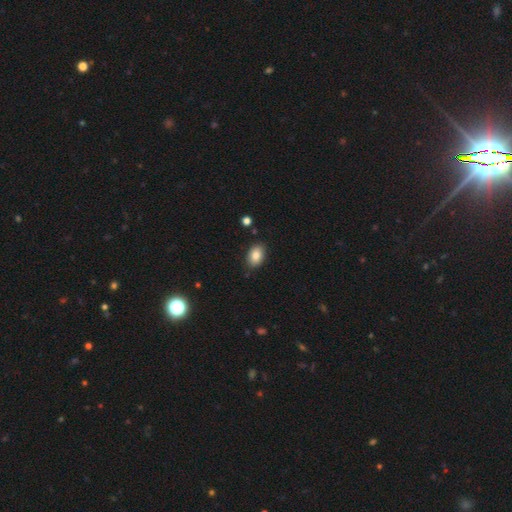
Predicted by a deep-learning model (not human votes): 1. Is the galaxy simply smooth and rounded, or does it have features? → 85% smooth, 8% star or artifact, 7% featured or disk.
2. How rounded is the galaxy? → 86% in between, 12% round, 1% cigar-shaped.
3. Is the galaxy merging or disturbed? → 86% none, 10% minor disturbance, 2% major disturbance, 2% merger.